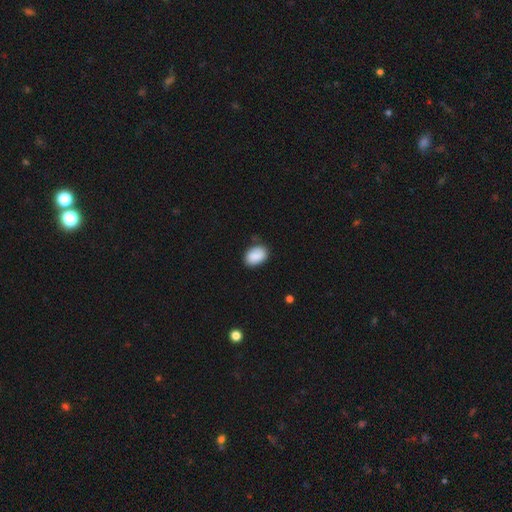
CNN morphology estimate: type=smooth (89%); roundness=in between (83%); merging=none (78%).